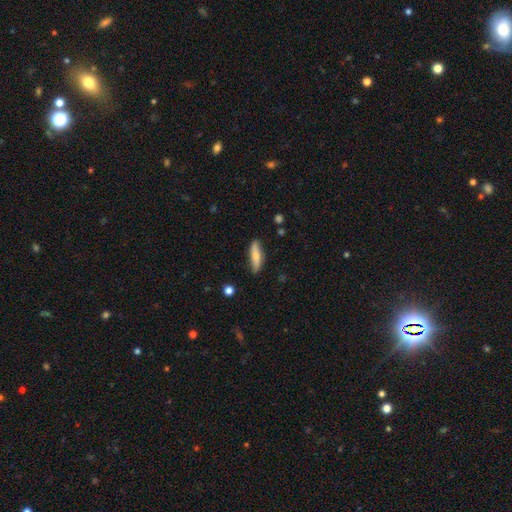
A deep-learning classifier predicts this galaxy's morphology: This appears to be a smooth galaxy with no disk features (69%) that is cigar-shaped (66%). Merging: none (82%).